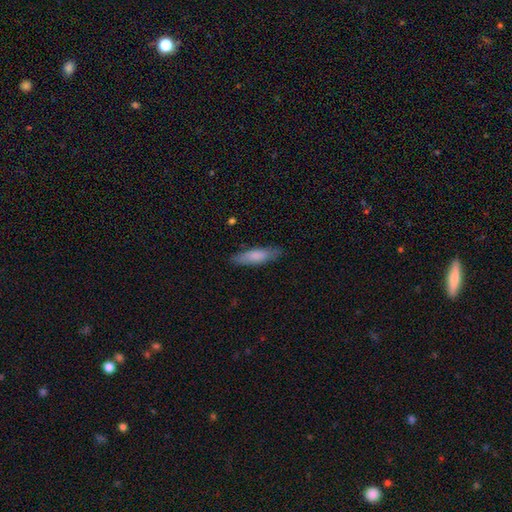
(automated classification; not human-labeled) Q: Smooth or featured?
A: smooth (78%); runner-up: featured or disk (16%)
Q: How rounded?
A: cigar-shaped (63%); runner-up: in between (35%)
Q: Merging?
A: none (84%); runner-up: minor disturbance (13%)